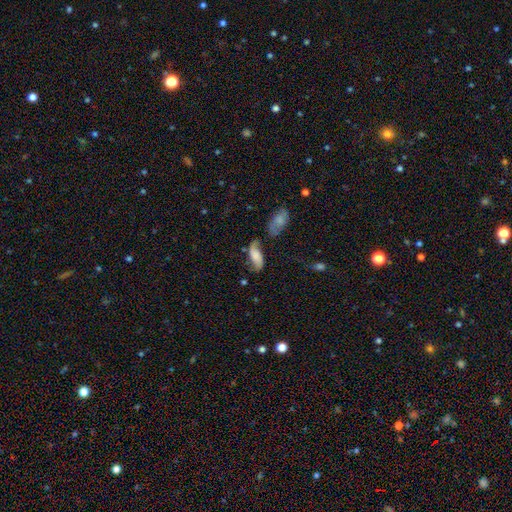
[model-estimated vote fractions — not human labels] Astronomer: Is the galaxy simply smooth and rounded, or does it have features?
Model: smooth — 50% (runner-up: featured or disk, 41%).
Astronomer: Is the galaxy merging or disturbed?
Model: none — 47% (runner-up: minor disturbance, 27%).